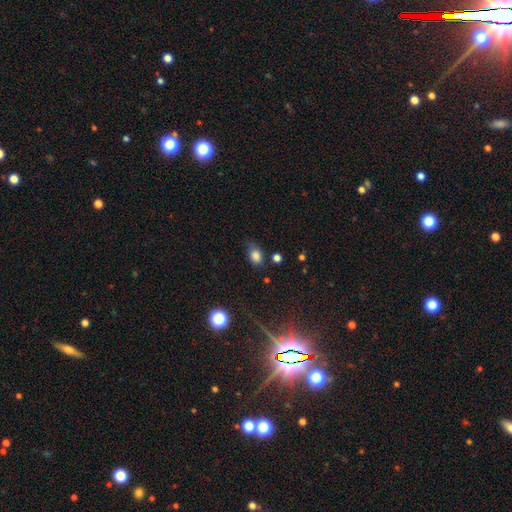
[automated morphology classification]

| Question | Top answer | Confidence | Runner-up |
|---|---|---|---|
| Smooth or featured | smooth | 81% | star or artifact (12%) |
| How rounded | in between | 70% | round (28%) |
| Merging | none | 54% | minor disturbance (34%) |